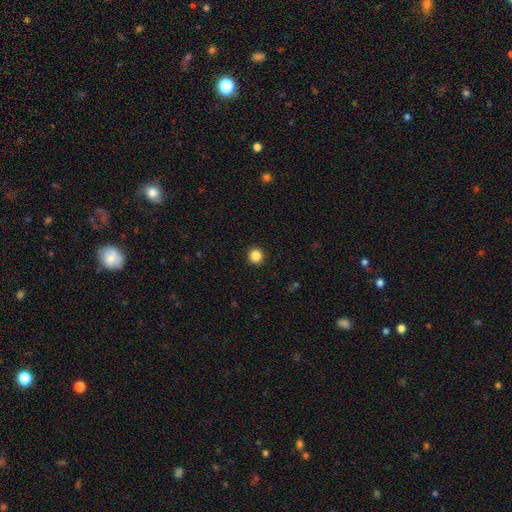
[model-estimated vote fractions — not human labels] Smooth or featured?
  - smooth: 86% *
  - star or artifact: 10%
  - featured or disk: 3%
How rounded?
  - round: 93% *
  - in between: 6%
  - cigar-shaped: 1%
Merging?
  - none: 93% *
  - minor disturbance: 4%
  - major disturbance: 2%
  - merger: 1%